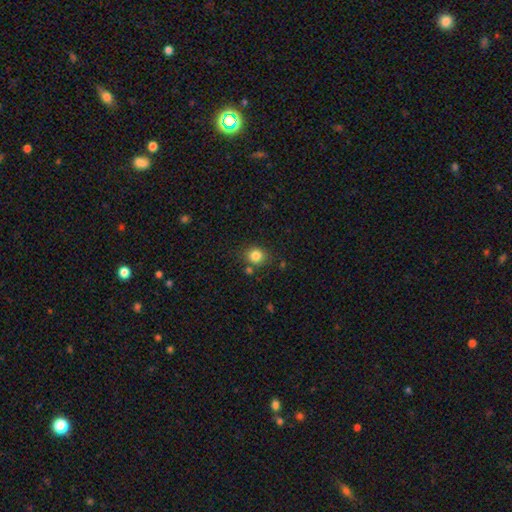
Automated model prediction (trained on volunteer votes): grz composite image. It shows a smooth galaxy with no disk features (83%) that is round (81%). Merging: none (78%).